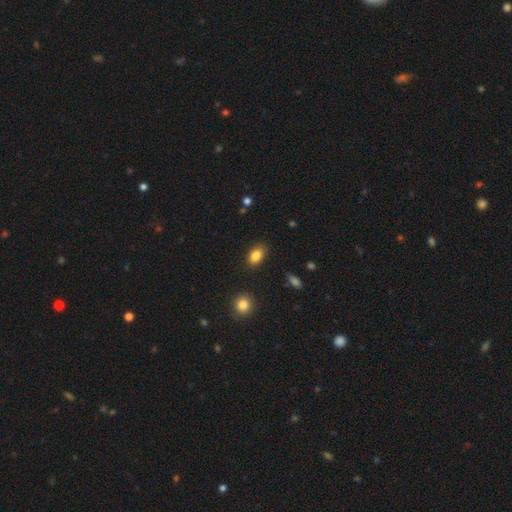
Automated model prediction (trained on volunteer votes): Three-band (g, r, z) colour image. It shows a smooth galaxy with no disk features (86%) that is in between round and cigar-shaped (88%). Merging: none (85%).